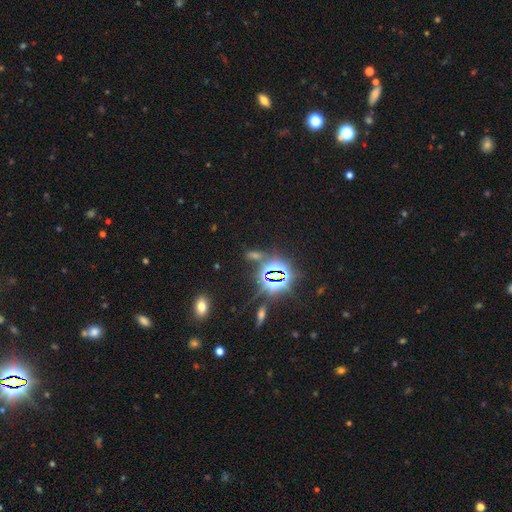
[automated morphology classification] Smooth or featured: star or artifact — 76% (smooth — 15%)